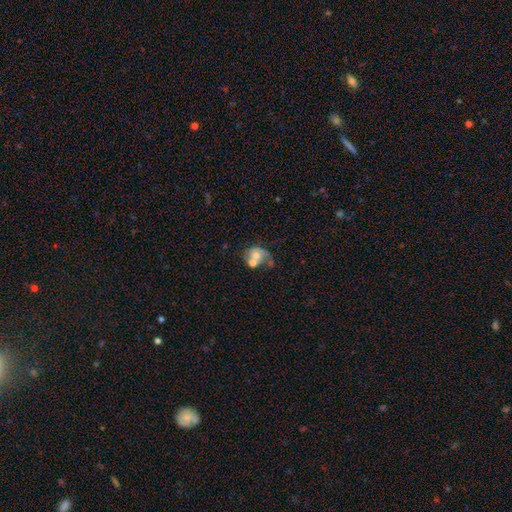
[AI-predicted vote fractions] Smooth or featured: smooth — 48% (featured or disk — 44%)
Merging: merger — 47% (none — 23%)